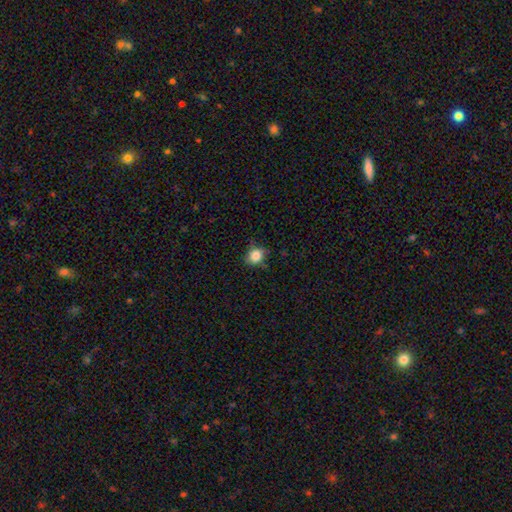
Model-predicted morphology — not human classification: Q: Smooth or featured?
A: smooth (85%); runner-up: star or artifact (10%)
Q: How rounded?
A: round (63%); runner-up: in between (36%)
Q: Merging?
A: none (69%); runner-up: minor disturbance (25%)